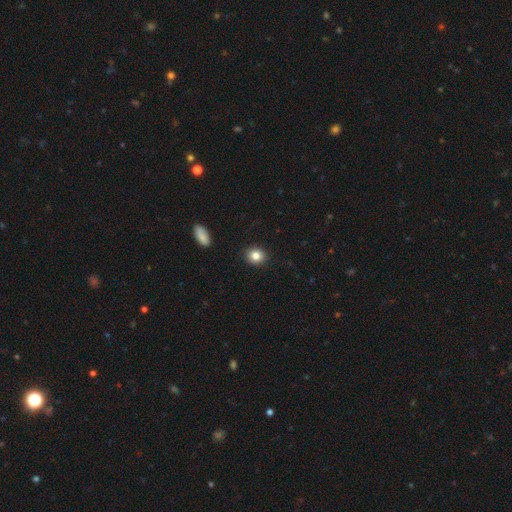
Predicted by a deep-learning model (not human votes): Q: Smooth or featured?
A: smooth (84%); runner-up: star or artifact (10%)
Q: How rounded?
A: round (76%); runner-up: in between (23%)
Q: Merging?
A: none (91%); runner-up: minor disturbance (6%)